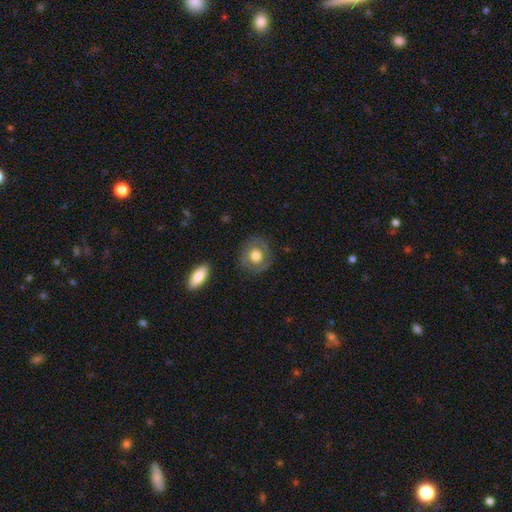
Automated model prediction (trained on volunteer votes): Q: Smooth or featured?
A: smooth (62%); runner-up: featured or disk (31%)
Q: How rounded?
A: round (83%); runner-up: in between (16%)
Q: Merging?
A: none (82%); runner-up: minor disturbance (12%)